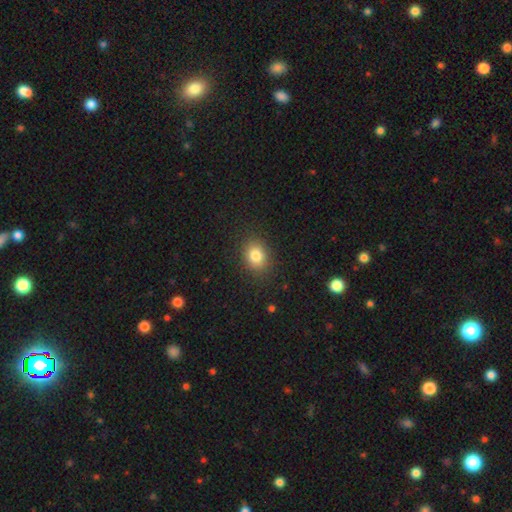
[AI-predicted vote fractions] A smooth galaxy with no disk features (82%) that is in between round and cigar-shaped (54%).

Vote fractions:
- Smooth or featured? smooth: 82% / star or artifact: 11% / featured or disk: 7%
- How rounded? in between: 54% / round: 45% / cigar-shaped: 1%
- Merging? none: 86% / minor disturbance: 10% / major disturbance: 3% / merger: 1%